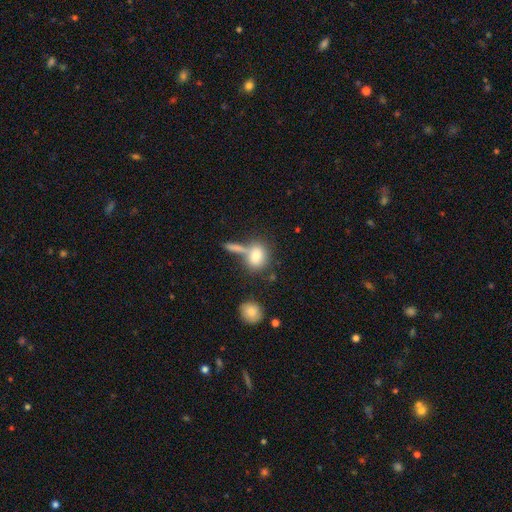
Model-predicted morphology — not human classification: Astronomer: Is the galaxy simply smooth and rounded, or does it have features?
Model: smooth — 78%.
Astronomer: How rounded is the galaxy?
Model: in between — 52% (runner-up: round, 44%).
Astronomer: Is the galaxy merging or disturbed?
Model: none — 46% (runner-up: merger, 35%).